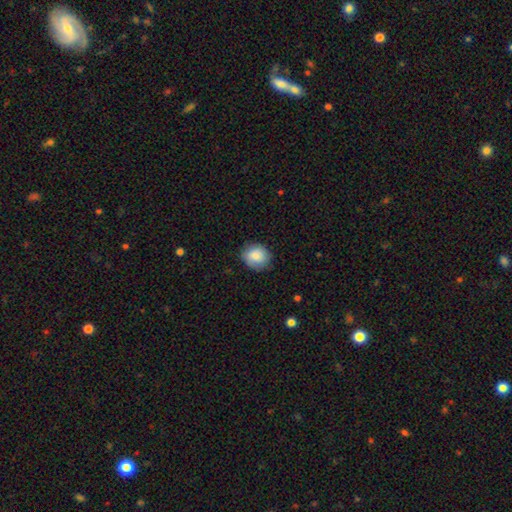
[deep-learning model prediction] The model was most divided on "how rounded": round: 70%, in between: 29%, cigar-shaped: 1%. More confident: smooth or featured — smooth (86%); merging — none (79%).